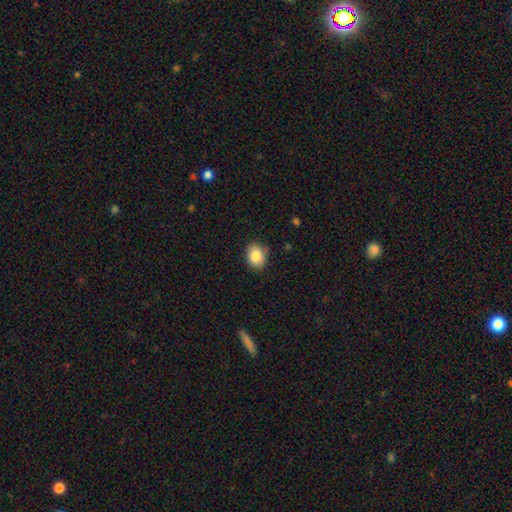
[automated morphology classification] A smooth galaxy with no disk features (86%) that is in between round and cigar-shaped (53%). Merging: none (84%).